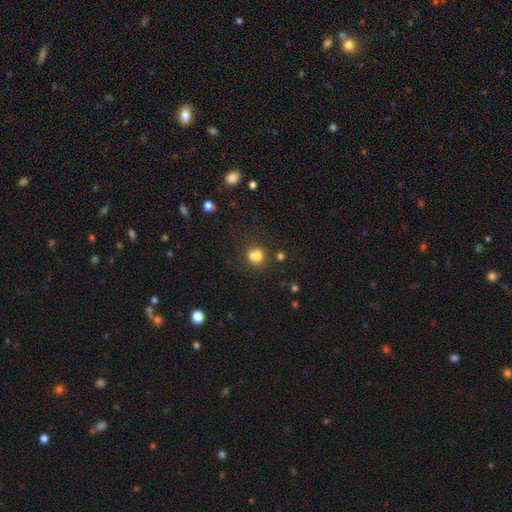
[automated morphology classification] The model was most divided on "merging": merger: 47%, none: 40%, minor disturbance: 8%, major disturbance: 4%. More confident: how rounded — round (79%); smooth or featured — smooth (70%).